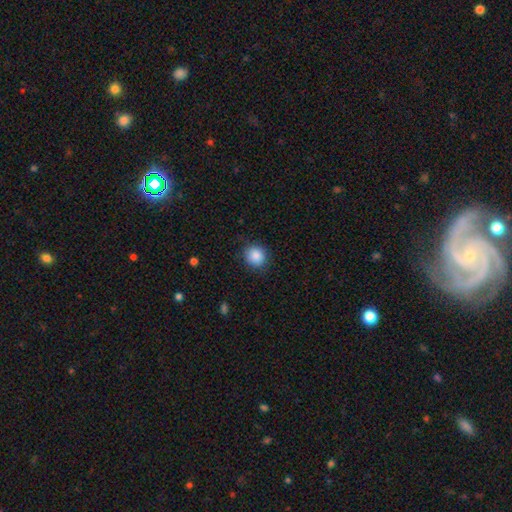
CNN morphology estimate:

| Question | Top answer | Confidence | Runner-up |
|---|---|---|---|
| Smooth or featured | smooth | 87% | star or artifact (9%) |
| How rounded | round | 82% | in between (17%) |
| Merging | none | 85% | minor disturbance (11%) |